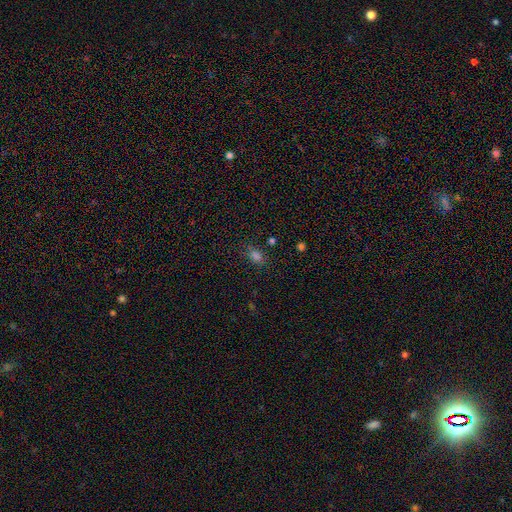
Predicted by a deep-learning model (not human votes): A smooth galaxy with no disk features (75%) that is in between round and cigar-shaped (75%). Merging: none (76%).